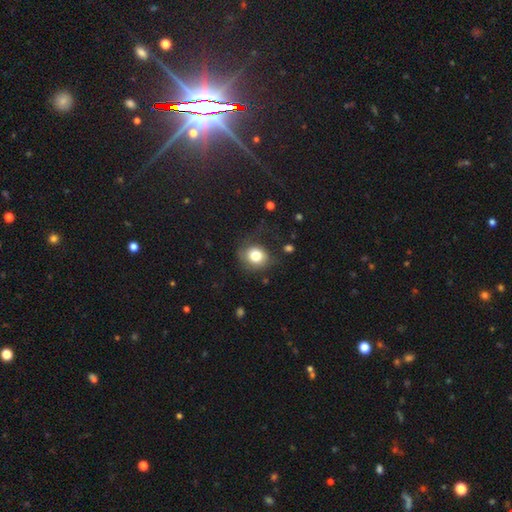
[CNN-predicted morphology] A smooth galaxy with no disk features (78%) that is round (74%).

Vote fractions:
- Smooth or featured? smooth: 78% / featured or disk: 12% / star or artifact: 10%
- How rounded? round: 74% / in between: 25% / cigar-shaped: 1%
- Merging? none: 66% / minor disturbance: 21% / major disturbance: 11% / merger: 2%